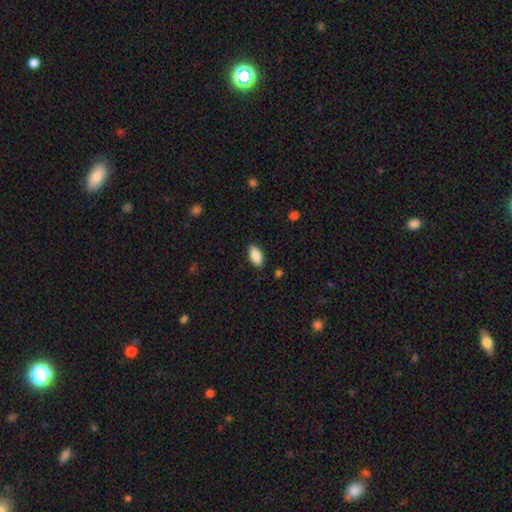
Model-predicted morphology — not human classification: This appears to be a smooth galaxy with no disk features (89%) that is in between round and cigar-shaped (93%). Merging: none (87%).